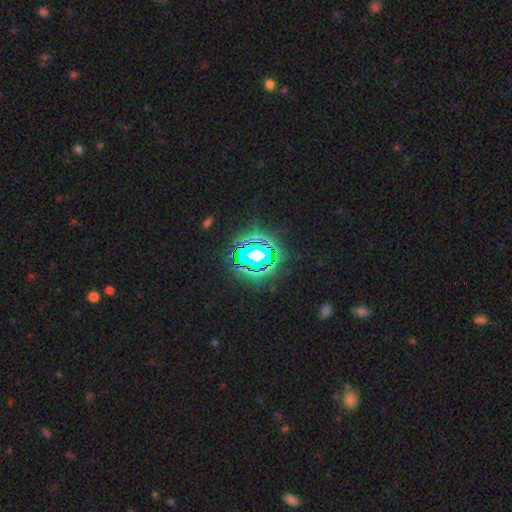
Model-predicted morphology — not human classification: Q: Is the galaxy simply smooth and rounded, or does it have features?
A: star or artifact — 75%.